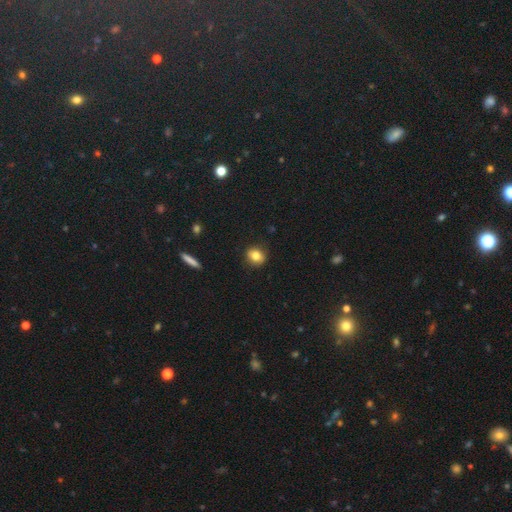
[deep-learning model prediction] A smooth galaxy with no disk features (81%) that is round (75%). Merging: none (87%).